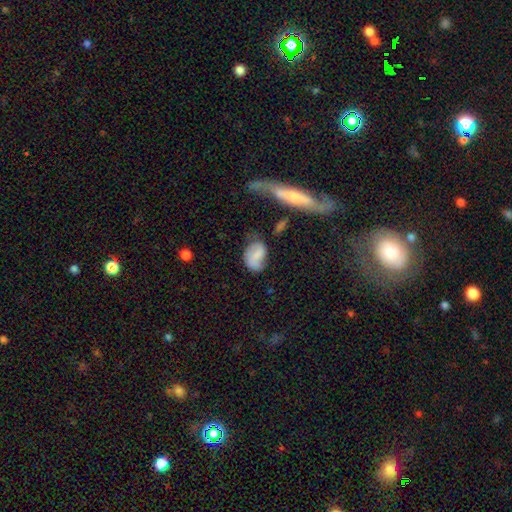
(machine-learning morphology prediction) smooth-or-featured: smooth: 62% | featured or disk: 30% | star or artifact: 8%
  how-rounded: in between: 84% | round: 14% | cigar-shaped: 2%
  merging: none: 54% | minor disturbance: 27% | major disturbance: 12% | merger: 7%